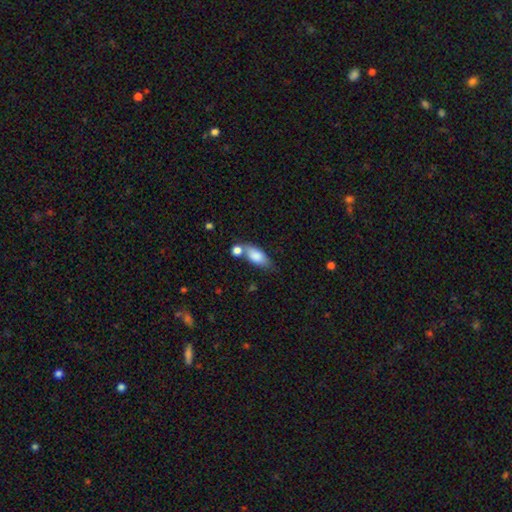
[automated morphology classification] type=smooth (81%); roundness=in between (83%); merging=none (47%).